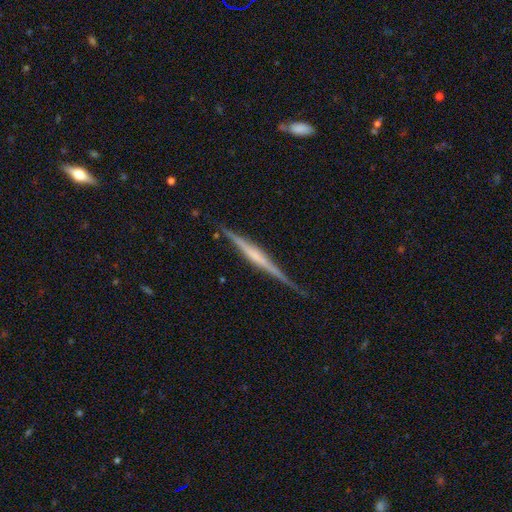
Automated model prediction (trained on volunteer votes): smooth-or-featured: featured or disk: 77% | smooth: 17% | star or artifact: 5%
  disk-edge-on: yes: 98% | no: 2%
    edge-on-bulge: rounded: 42% | none: 38% | boxy: 20%
  merging: none: 85% | minor disturbance: 11% | major disturbance: 2% | merger: 1%